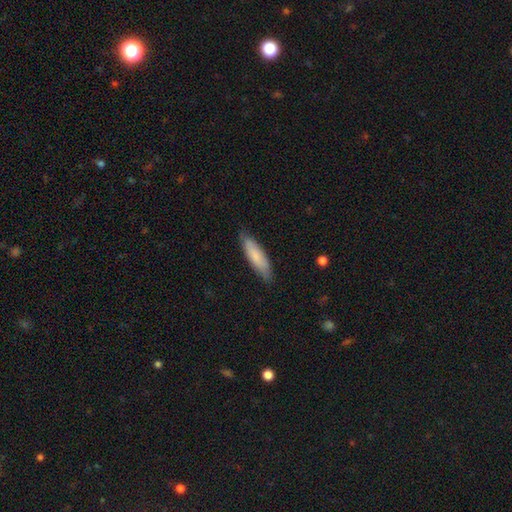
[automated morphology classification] Smooth or featured? Predicted: smooth (p=0.79). How rounded? Predicted: cigar-shaped (p=0.68). Merging? Predicted: none (p=0.84).